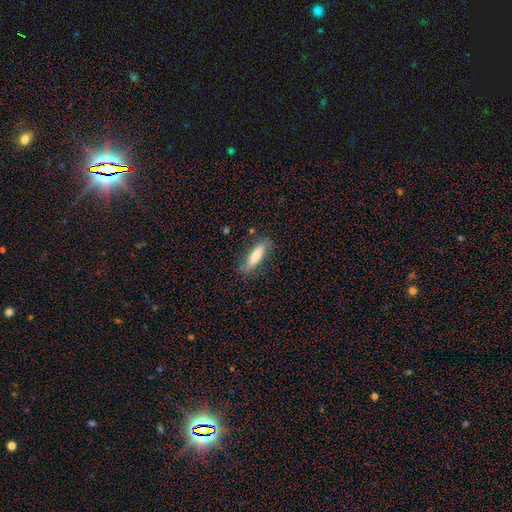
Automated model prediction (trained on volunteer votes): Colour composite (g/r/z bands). It shows a smooth galaxy with no disk features (73%) that is cigar-shaped (63%). Merging: none (76%).